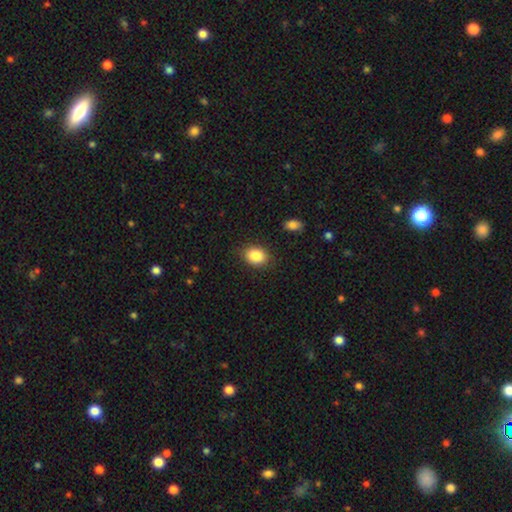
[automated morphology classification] This appears to be a smooth galaxy with no disk features (86%) that is in between round and cigar-shaped (66%). Merging: none (85%).